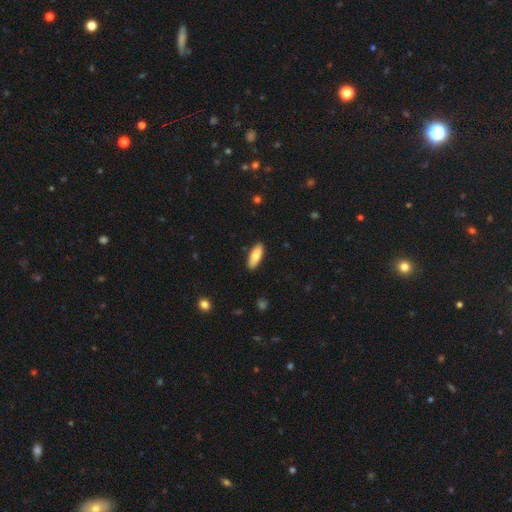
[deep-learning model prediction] Smooth or featured: smooth — 77% (featured or disk — 17%)
How rounded: in between — 65% (cigar-shaped — 33%)
Merging: none — 89% (minor disturbance — 9%)